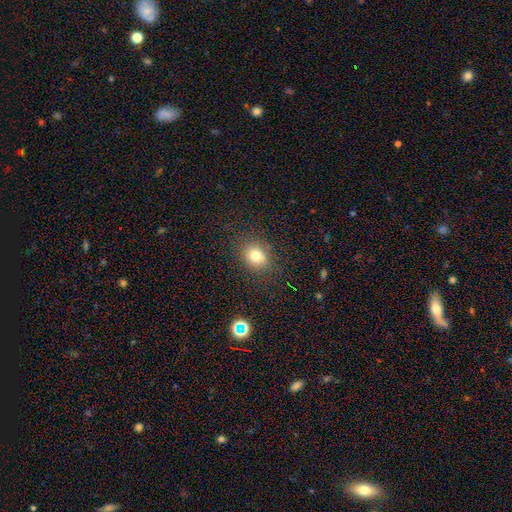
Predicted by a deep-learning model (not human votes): smooth_or_featured: smooth (p=0.76) [alt: star or artifact p=0.15]
how_rounded: round (p=0.64) [alt: in between p=0.35]
merging: none (p=0.82) [alt: minor disturbance p=0.12]